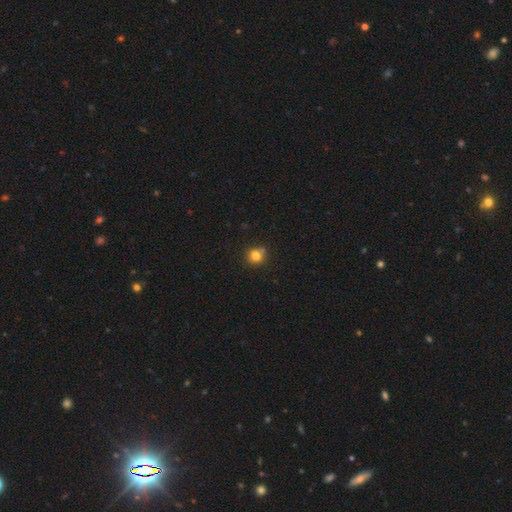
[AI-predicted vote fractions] smooth 80%, star or artifact 13%, featured or disk 8%. Down the decision tree: how rounded — round (89%); merging — none (73%).